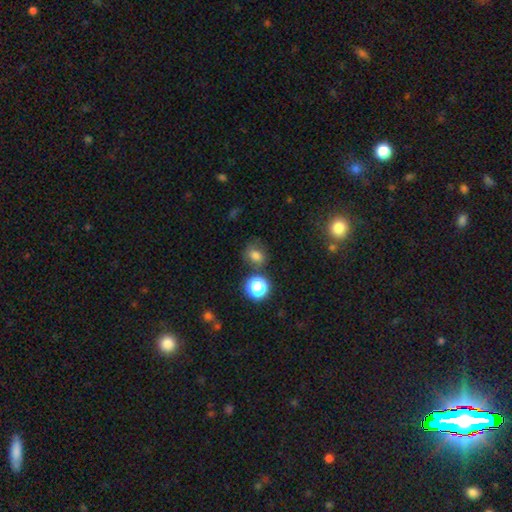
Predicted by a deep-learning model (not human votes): Morphology: type=smooth (73%); roundness=round (62%); merging=none (69%).